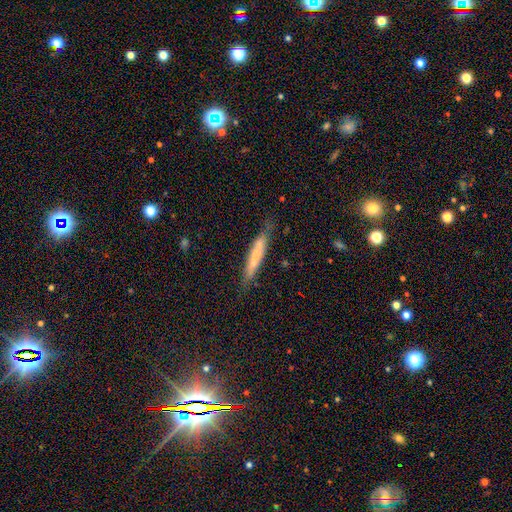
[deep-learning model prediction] This appears to be a smooth galaxy with no disk features (63%) that is cigar-shaped (94%). Merging: none (77%).